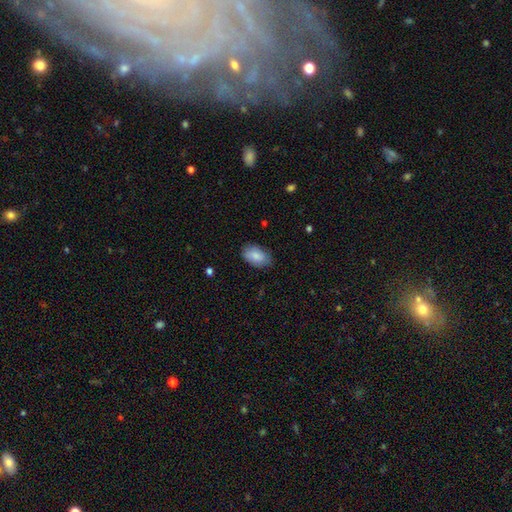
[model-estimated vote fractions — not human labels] Overall: smooth (83%). How rounded: in between (93%). Merging: none (79%).